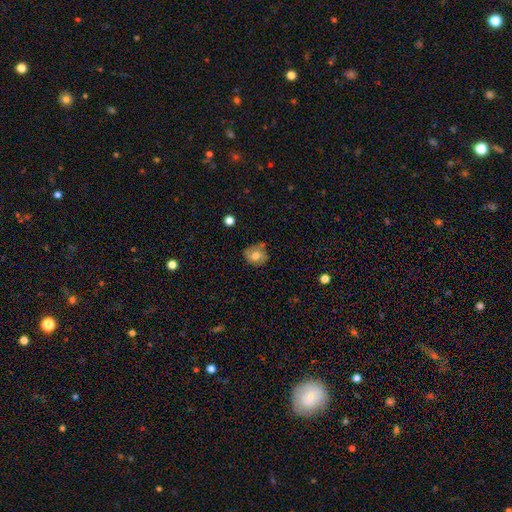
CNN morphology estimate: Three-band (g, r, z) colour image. It shows a smooth galaxy with no disk features (60%) that is round (75%). Merging: none (73%).